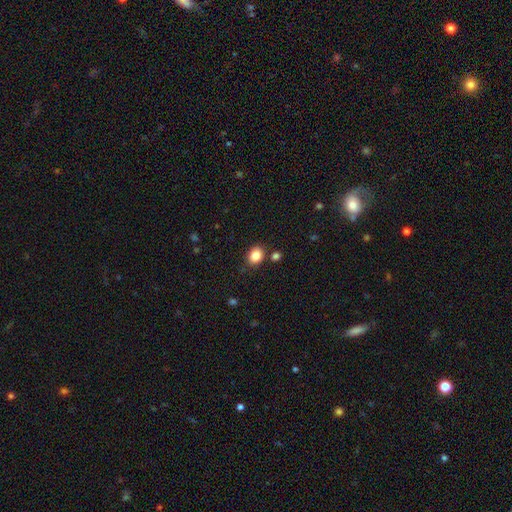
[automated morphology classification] Smooth or featured?
  - smooth: 85% *
  - star or artifact: 10%
  - featured or disk: 5%
How rounded?
  - in between: 54% *
  - round: 45%
  - cigar-shaped: 1%
Merging?
  - none: 80% *
  - minor disturbance: 11%
  - merger: 6%
  - major disturbance: 3%